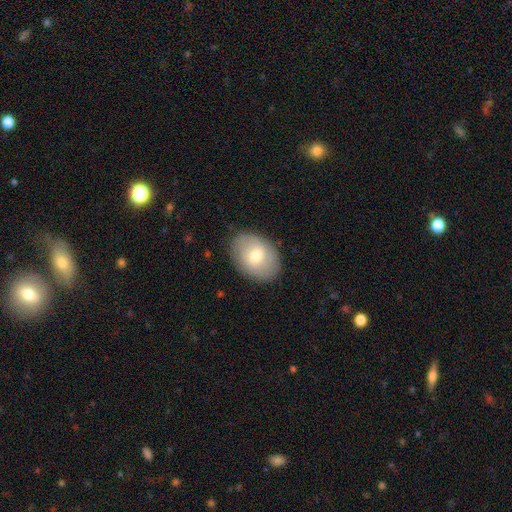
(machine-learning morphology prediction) type=smooth (64%); roundness=in between (77%); merging=none (84%).